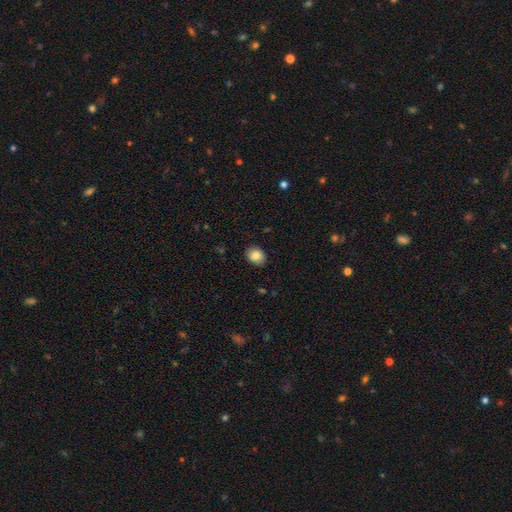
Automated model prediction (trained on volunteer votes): A smooth galaxy with no disk features (87%) that is in between round and cigar-shaped (51%).

Vote fractions:
- Smooth or featured? smooth: 87% / star or artifact: 8% / featured or disk: 5%
- How rounded? in between: 51% / round: 48% / cigar-shaped: 1%
- Merging? none: 87% / minor disturbance: 10% / major disturbance: 2% / merger: 1%